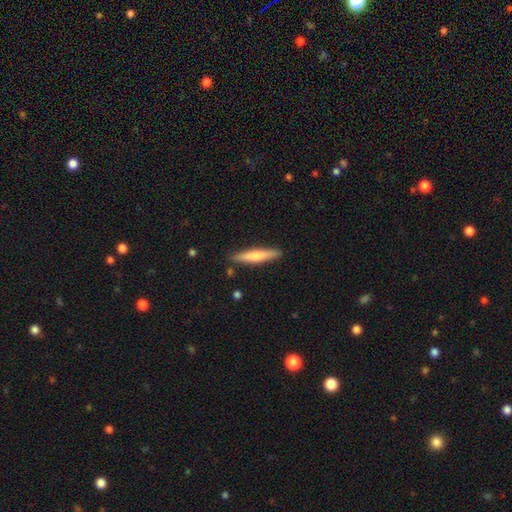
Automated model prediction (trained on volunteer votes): smooth-or-featured: smooth: 62% | featured or disk: 32% | star or artifact: 5%
  how-rounded: cigar-shaped: 90% | in between: 9% | round: 1%
  merging: none: 88% | minor disturbance: 9% | major disturbance: 2% | merger: 2%